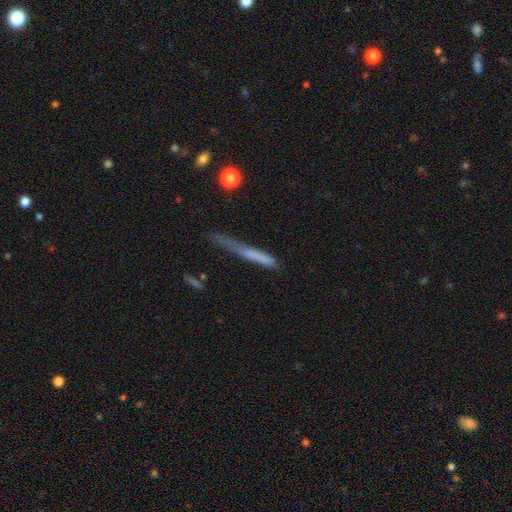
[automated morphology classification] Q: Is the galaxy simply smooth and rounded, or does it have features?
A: smooth — 59%.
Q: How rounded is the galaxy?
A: cigar-shaped — 94%.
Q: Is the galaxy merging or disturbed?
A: none — 53%.